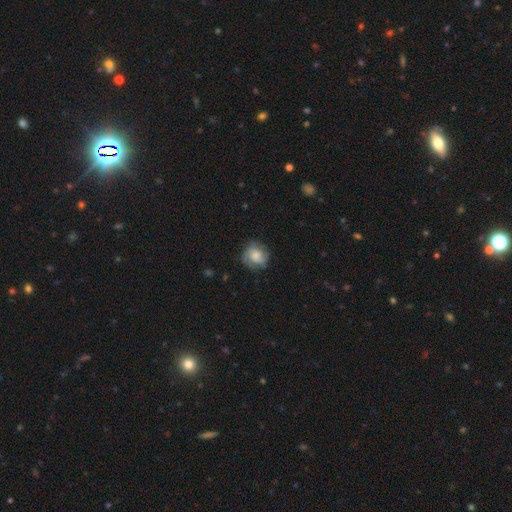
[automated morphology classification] Overall: smooth (55%; featured or disk 37%). How rounded: round (79%). Merging: none (70%).